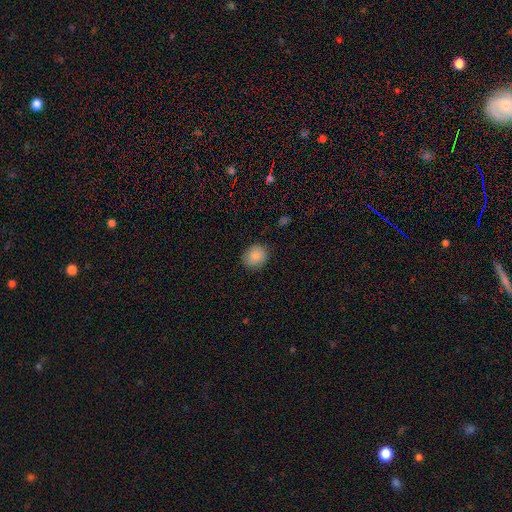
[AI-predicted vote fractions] Smooth or featured? Predicted: smooth (p=0.86). How rounded? Predicted: round (p=0.69). Merging? Predicted: none (p=0.85).